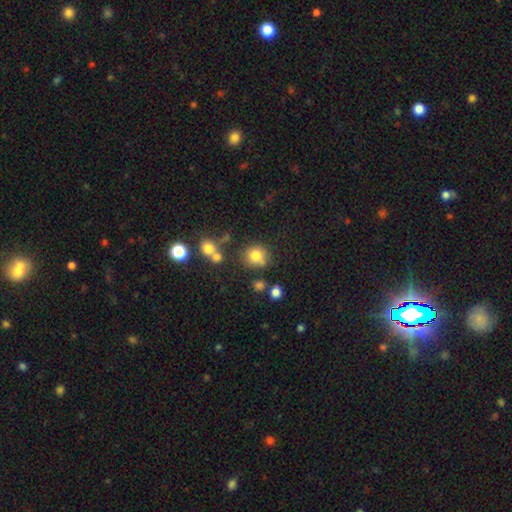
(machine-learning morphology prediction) Smooth or featured? smooth (79%)
How rounded? round (85%)
Merging? none (70%)